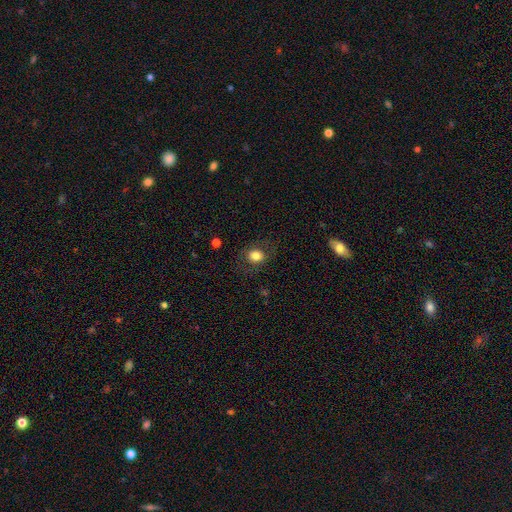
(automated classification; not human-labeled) Smooth or featured: smooth — 78% (featured or disk — 13%)
How rounded: round — 60% (in between — 39%)
Merging: none — 80% (minor disturbance — 12%)